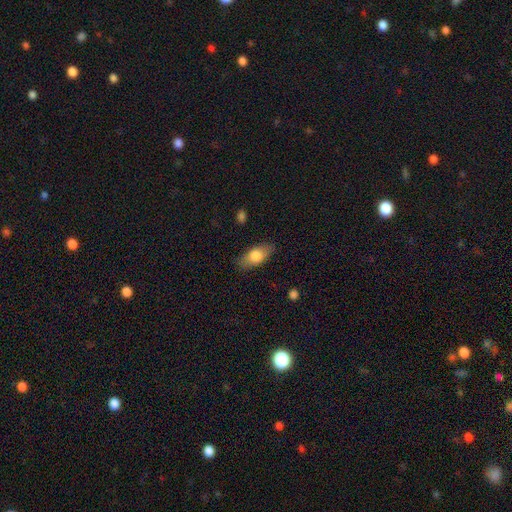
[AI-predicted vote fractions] smooth-or-featured: smooth: 75% | featured or disk: 19% | star or artifact: 7%
  how-rounded: in between: 83% | cigar-shaped: 13% | round: 4%
  merging: none: 84% | minor disturbance: 12% | major disturbance: 3% | merger: 1%